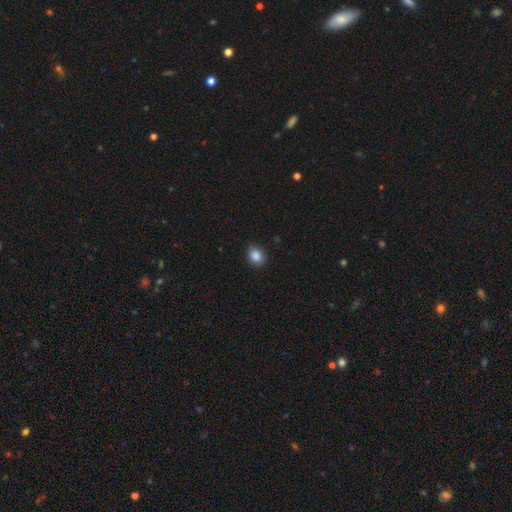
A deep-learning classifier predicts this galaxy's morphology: Overall: smooth (86%). How rounded: round (73%). Merging: none (81%).